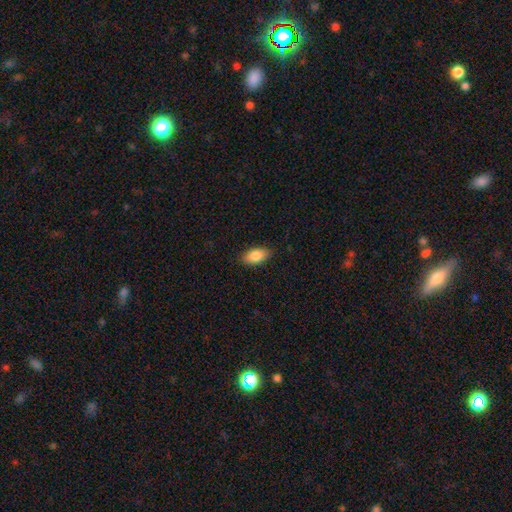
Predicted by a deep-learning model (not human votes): This is clearly a smooth galaxy (85%). How rounded: clearly in between (92%). Merging: clearly none (87%).